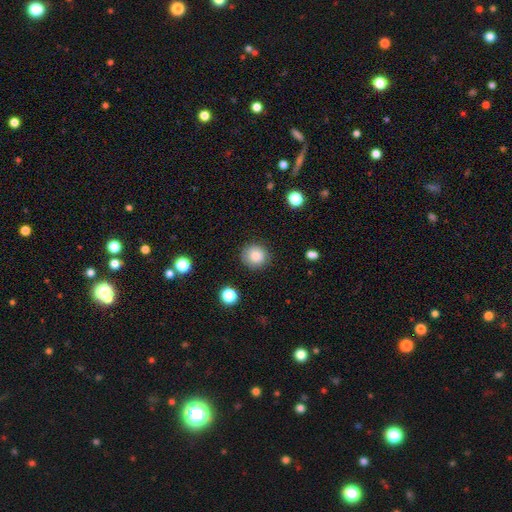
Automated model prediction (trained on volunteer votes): A smooth galaxy with no disk features (83%) that is round (92%). Merging: none (87%).